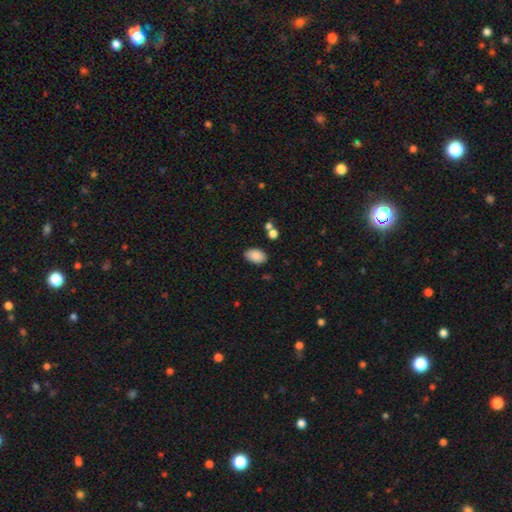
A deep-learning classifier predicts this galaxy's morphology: type=smooth (87%); roundness=in between (91%); merging=none (82%).